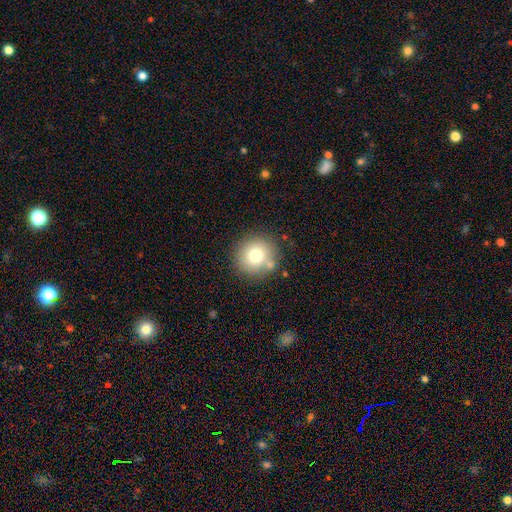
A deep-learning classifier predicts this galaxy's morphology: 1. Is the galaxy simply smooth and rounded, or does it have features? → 74% smooth, 14% featured or disk, 12% star or artifact.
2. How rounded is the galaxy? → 91% round, 8% in between, 1% cigar-shaped.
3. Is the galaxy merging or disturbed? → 77% none, 11% minor disturbance, 8% merger, 4% major disturbance.